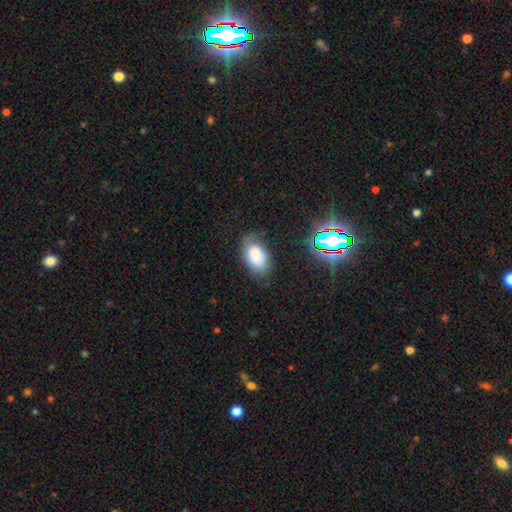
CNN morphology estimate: smooth 73%, featured or disk 16%, star or artifact 11%. Down the decision tree: how rounded — in between (92%); merging — none (61%).